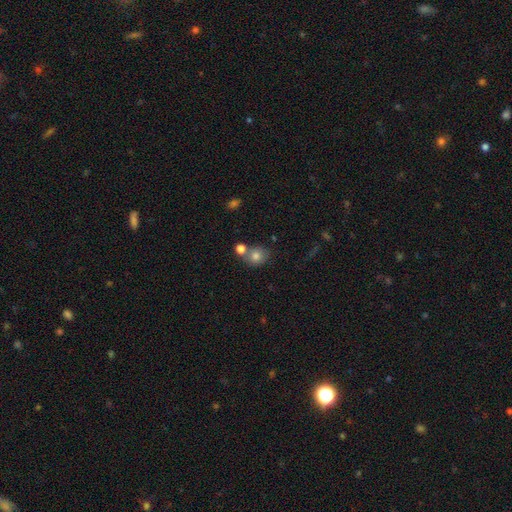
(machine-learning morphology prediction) smooth-or-featured: smooth: 79% | star or artifact: 11% | featured or disk: 10%
  how-rounded: round: 74% | in between: 25% | cigar-shaped: 1%
  merging: none: 55% | merger: 29% | minor disturbance: 12% | major disturbance: 4%